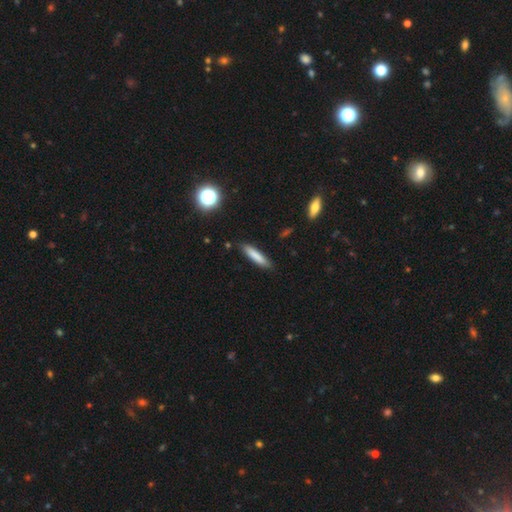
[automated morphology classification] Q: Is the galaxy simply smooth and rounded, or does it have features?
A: smooth — 81%.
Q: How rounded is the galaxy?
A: cigar-shaped — 85%.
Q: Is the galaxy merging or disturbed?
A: none — 87%.